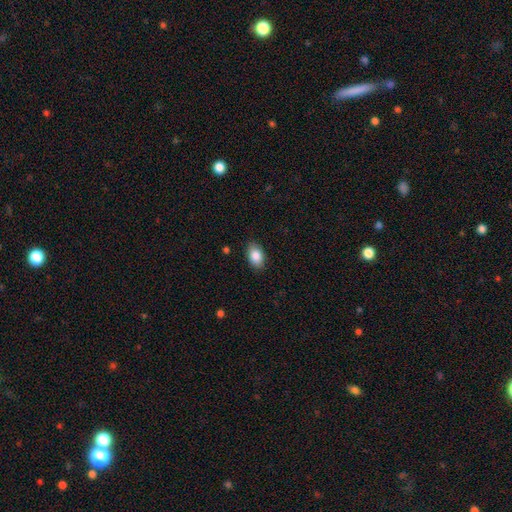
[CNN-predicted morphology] smooth 86%, star or artifact 7%, featured or disk 6%. Down the decision tree: how rounded — in between (90%); merging — none (87%).